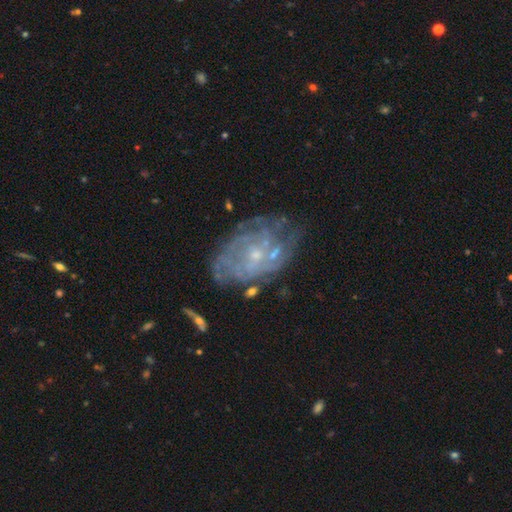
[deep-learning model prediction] Smooth or featured? Predicted: featured or disk (p=0.80). Edge-on disk? Predicted: no (p=0.97). Bar? Predicted: no (p=0.74). Spiral arms? Predicted: yes (p=0.78). Spiral winding? Predicted: tight (p=0.61). Spiral arm count? Predicted: can't tell (p=0.55). Bulge size? Predicted: small (p=0.76). Merging? Predicted: none (p=0.62).